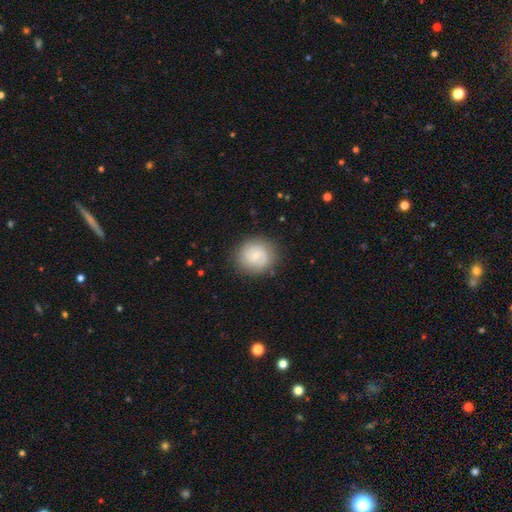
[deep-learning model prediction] A smooth galaxy with no disk features (57%) that is round (84%).

Vote fractions:
- Smooth or featured? smooth: 57% / featured or disk: 35% / star or artifact: 8%
- How rounded? round: 84% / in between: 15% / cigar-shaped: 1%
- Merging? none: 82% / minor disturbance: 12% / major disturbance: 4% / merger: 1%